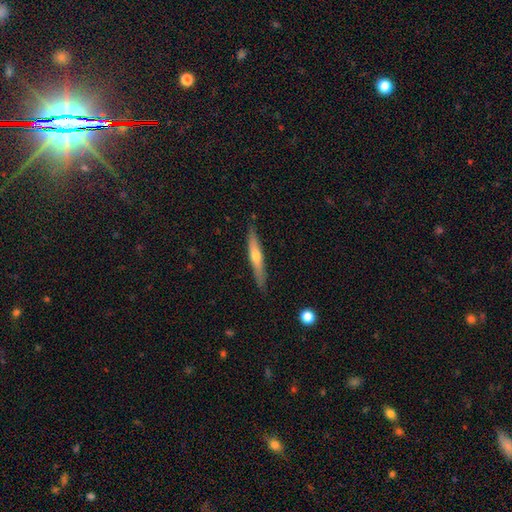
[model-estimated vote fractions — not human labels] A featured or disk galaxy (55%) viewed edge-on (95%) with a rounded central bulge (83%).

Vote fractions:
- Smooth or featured? featured or disk: 55% / smooth: 39% / star or artifact: 6%
- Edge-on disk? yes: 95% / no: 5%
- Edge-on bulge? rounded: 83% / none: 14% / boxy: 3%
- Merging? none: 88% / minor disturbance: 9% / major disturbance: 2% / merger: 1%